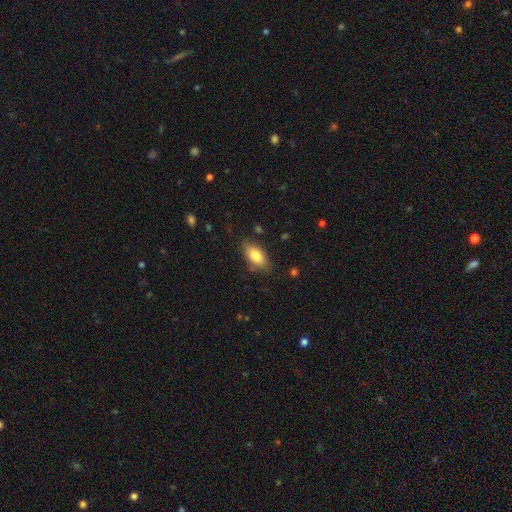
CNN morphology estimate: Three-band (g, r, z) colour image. It shows a smooth galaxy with no disk features (81%) that is in between round and cigar-shaped (90%). Merging: none (79%).